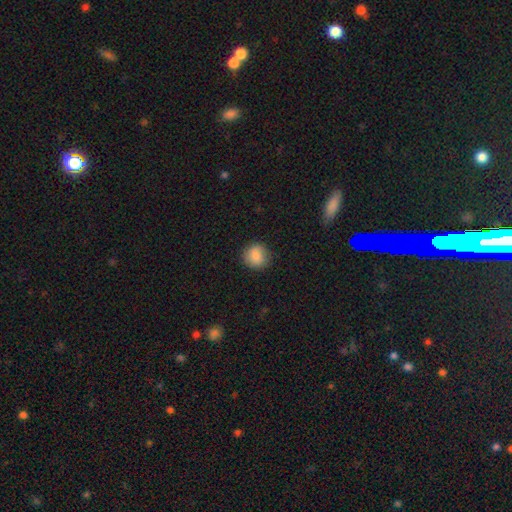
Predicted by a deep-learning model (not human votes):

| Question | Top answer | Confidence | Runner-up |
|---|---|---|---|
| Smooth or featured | smooth | 85% | star or artifact (9%) |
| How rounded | round | 87% | in between (12%) |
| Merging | none | 87% | minor disturbance (10%) |